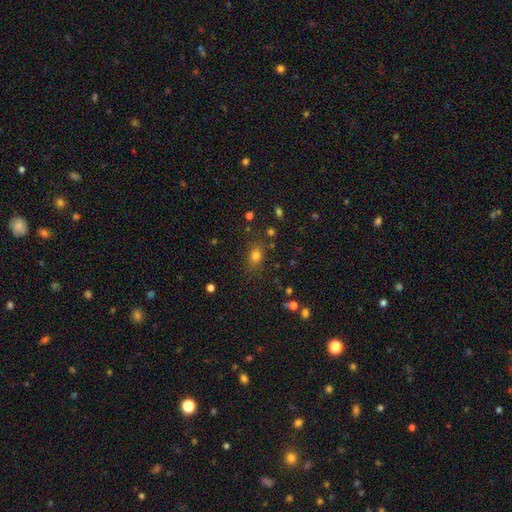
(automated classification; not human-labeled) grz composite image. It shows a smooth galaxy with no disk features (74%) that is in between round and cigar-shaped (58%). Merging: none (77%).